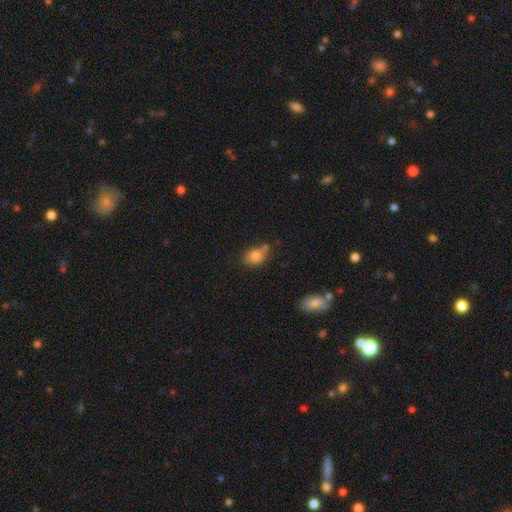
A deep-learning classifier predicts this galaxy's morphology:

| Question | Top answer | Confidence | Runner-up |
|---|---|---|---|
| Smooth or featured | smooth | 82% | star or artifact (10%) |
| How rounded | in between | 69% | round (29%) |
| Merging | none | 52% | minor disturbance (26%) |